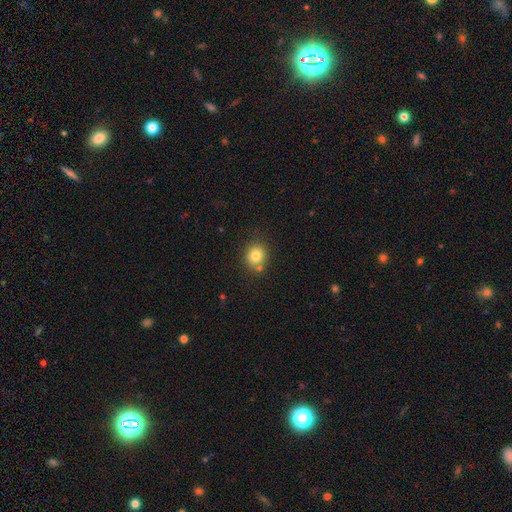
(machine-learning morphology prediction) A smooth galaxy with no disk features (79%) that is round (77%).

Vote fractions:
- Smooth or featured? smooth: 79% / star or artifact: 11% / featured or disk: 9%
- How rounded? round: 77% / in between: 23% / cigar-shaped: 1%
- Merging? none: 74% / minor disturbance: 12% / merger: 11% / major disturbance: 3%